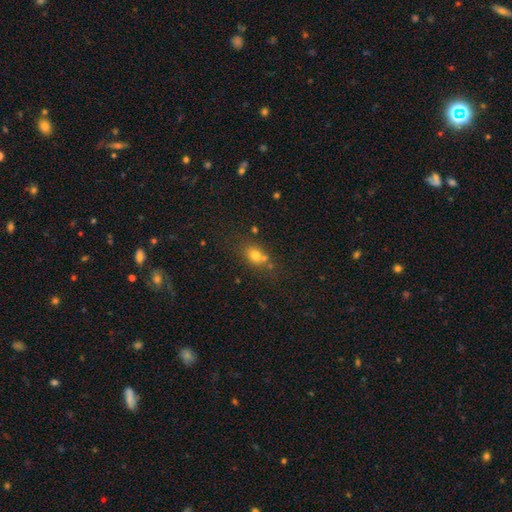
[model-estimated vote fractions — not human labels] The model was most divided on "how rounded": in between: 52%, round: 46%, cigar-shaped: 2%. More confident: smooth or featured — smooth (73%); merging — none (55%).